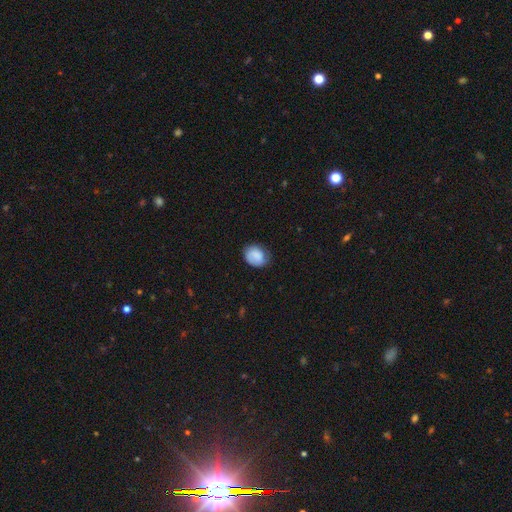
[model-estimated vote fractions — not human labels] The model was most divided on "how rounded": round: 51%, in between: 48%, cigar-shaped: 1%. More confident: smooth or featured — smooth (76%); merging — none (64%).